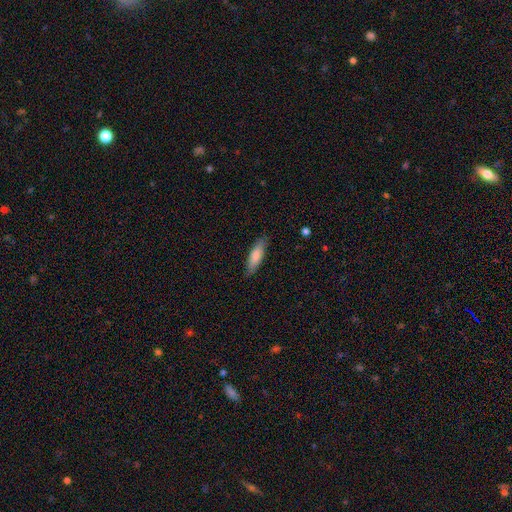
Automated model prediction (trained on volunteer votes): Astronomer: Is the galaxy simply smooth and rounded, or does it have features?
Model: smooth — 78%.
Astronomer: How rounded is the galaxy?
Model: cigar-shaped — 57% (runner-up: in between, 41%).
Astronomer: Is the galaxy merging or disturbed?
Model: none — 86%.